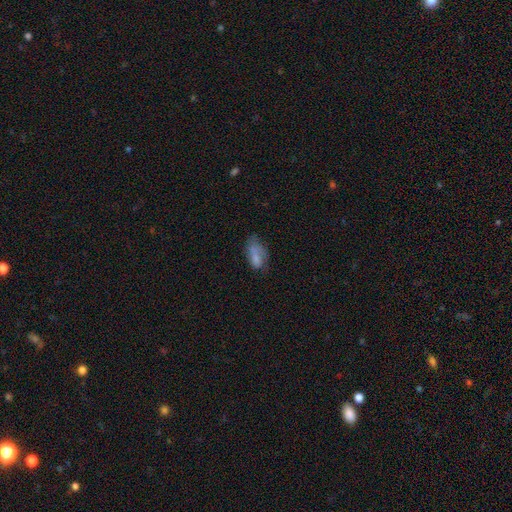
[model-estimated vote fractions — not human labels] A smooth galaxy with no disk features (69%) that is in between round and cigar-shaped (87%).

Vote fractions:
- Smooth or featured? smooth: 69% / featured or disk: 20% / star or artifact: 10%
- How rounded? in between: 87% / cigar-shaped: 9% / round: 4%
- Merging? none: 38% / minor disturbance: 31% / major disturbance: 24% / merger: 6%